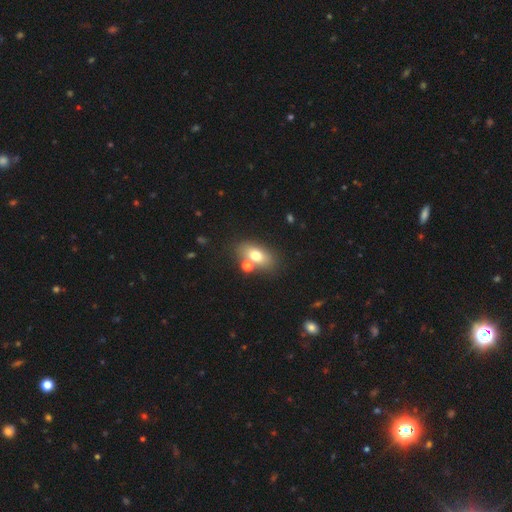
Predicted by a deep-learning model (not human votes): smooth_or_featured: smooth (p=0.71) [alt: featured or disk p=0.19]
how_rounded: in between (p=0.83) [alt: round p=0.14]
merging: none (p=0.65) [alt: merger p=0.20]